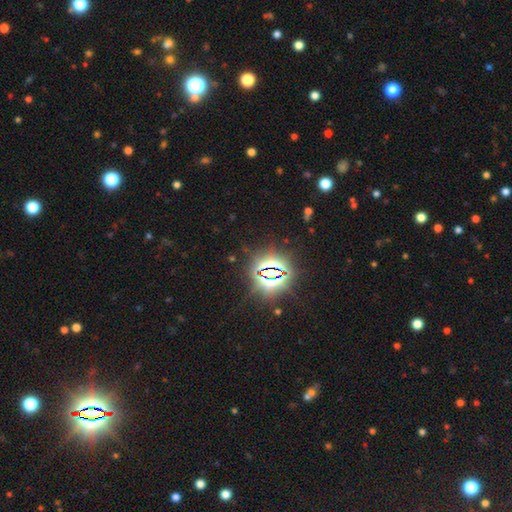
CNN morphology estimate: Q: Smooth or featured?
A: star or artifact (85%); runner-up: smooth (9%)